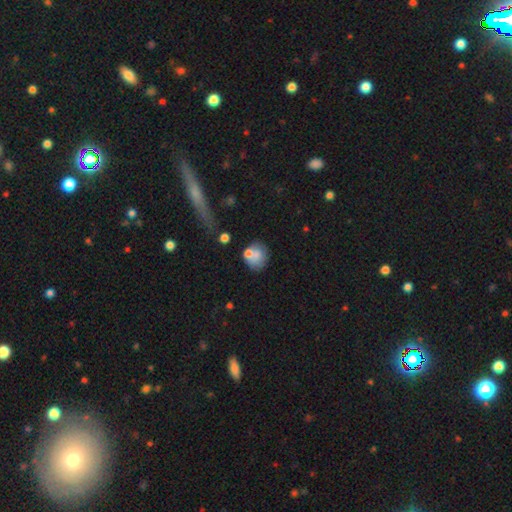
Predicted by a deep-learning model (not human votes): This appears to be a smooth galaxy with no disk features (71%) that is round (70%). Merging: none (50%).